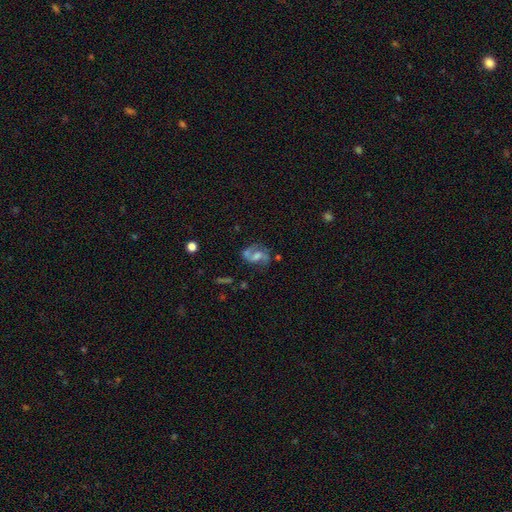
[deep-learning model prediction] This is likely a featured or disk galaxy (72%). It is clearly not viewed edge-on (97%). Bar: marginally weak (44%). Spiral arm pattern: clearly yes (88%). Spiral arm count: clearly 2 (83%). Spiral winding: possibly medium (45%). Central bulge: marginally moderate (43%). Merging: possibly none (57%).